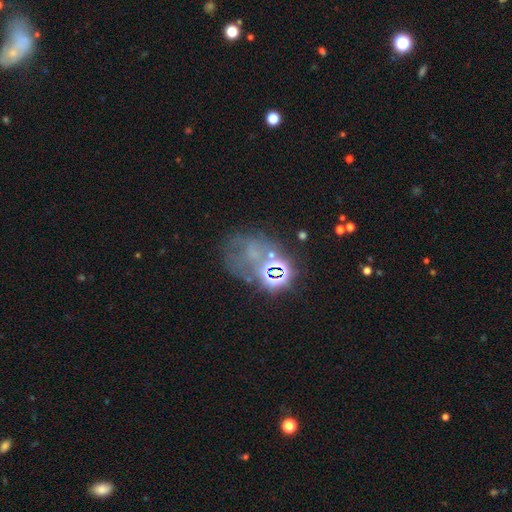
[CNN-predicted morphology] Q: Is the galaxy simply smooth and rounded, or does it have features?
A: star or artifact — 48%.